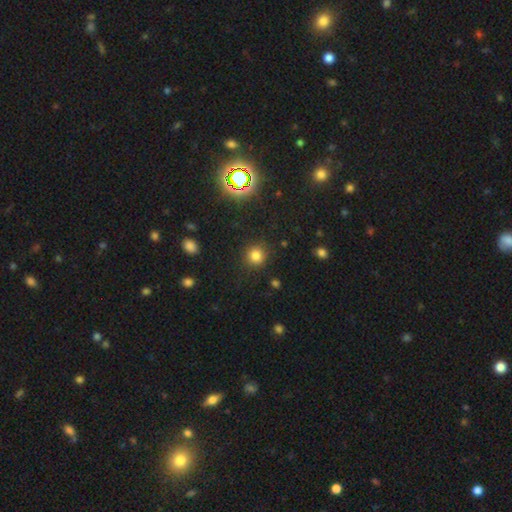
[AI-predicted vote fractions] Q: Smooth or featured?
A: smooth (78%); runner-up: star or artifact (16%)
Q: How rounded?
A: round (91%); runner-up: in between (8%)
Q: Merging?
A: none (88%); runner-up: minor disturbance (7%)